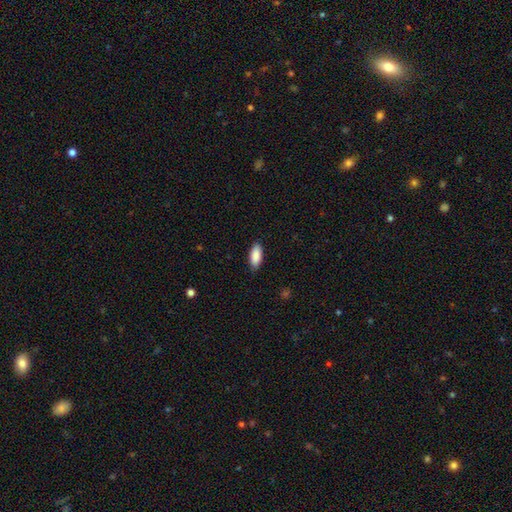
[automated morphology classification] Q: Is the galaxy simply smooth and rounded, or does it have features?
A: smooth — 90%.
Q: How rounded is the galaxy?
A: in between — 85%.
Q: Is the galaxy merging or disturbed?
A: none — 87%.